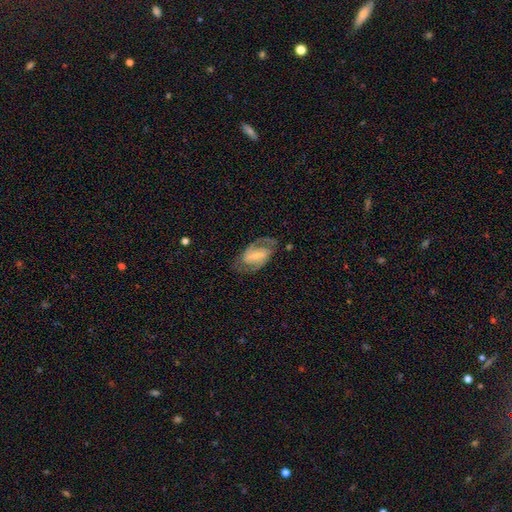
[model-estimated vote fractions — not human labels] Q: Smooth or featured?
A: featured or disk (80%); runner-up: smooth (14%)
Q: Edge-on disk?
A: no (96%); runner-up: yes (4%)
Q: Bar?
A: strong (51%); runner-up: weak (37%)
Q: Spiral arms?
A: yes (90%); runner-up: no (10%)
Q: Spiral winding?
A: medium (52%); runner-up: tight (30%)
Q: Spiral arm count?
A: 2 (85%); runner-up: can't tell (7%)
Q: Bulge size?
A: small (58%); runner-up: moderate (30%)
Q: Merging?
A: none (72%); runner-up: minor disturbance (17%)